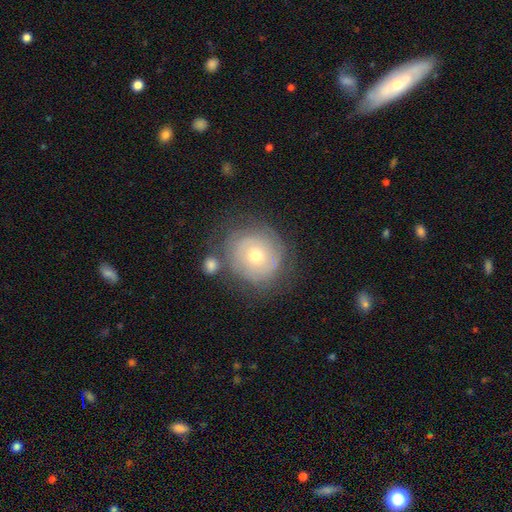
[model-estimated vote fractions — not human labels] Smooth or featured? featured or disk (52%)
Edge-on disk? no (96%)
Merging? none (67%)